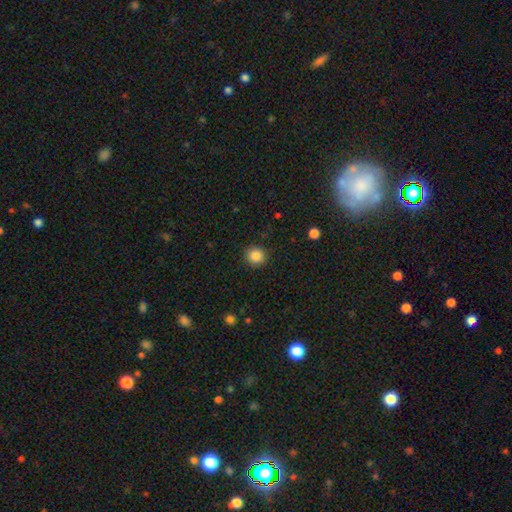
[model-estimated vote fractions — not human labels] Overall: smooth (86%). How rounded: round (92%). Merging: none (91%).